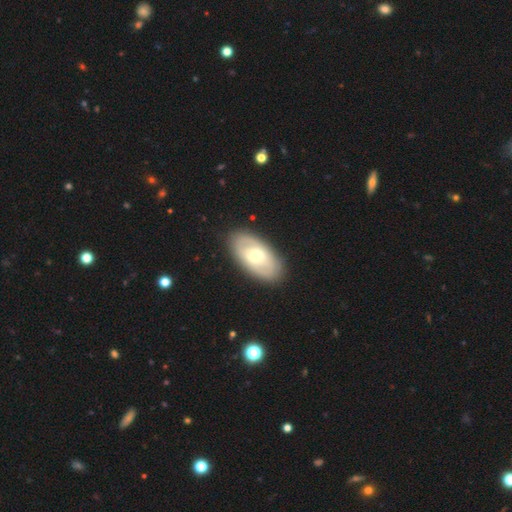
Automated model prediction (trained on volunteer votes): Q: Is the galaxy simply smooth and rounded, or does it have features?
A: featured or disk — 50%.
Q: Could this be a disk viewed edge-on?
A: no — 89%.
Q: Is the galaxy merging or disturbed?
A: none — 86%.